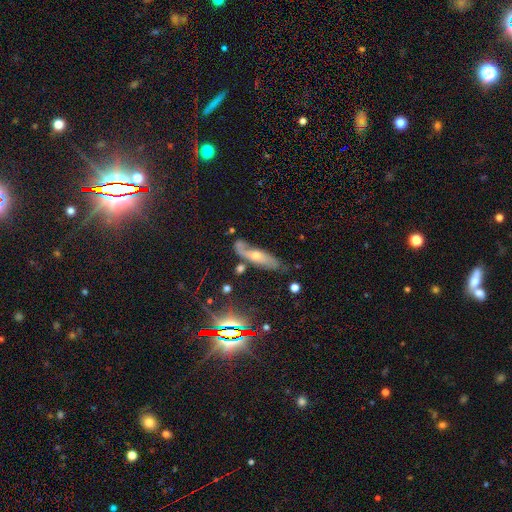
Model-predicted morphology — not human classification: This appears to be a featured or disk galaxy (54%). Merging: none (51%).